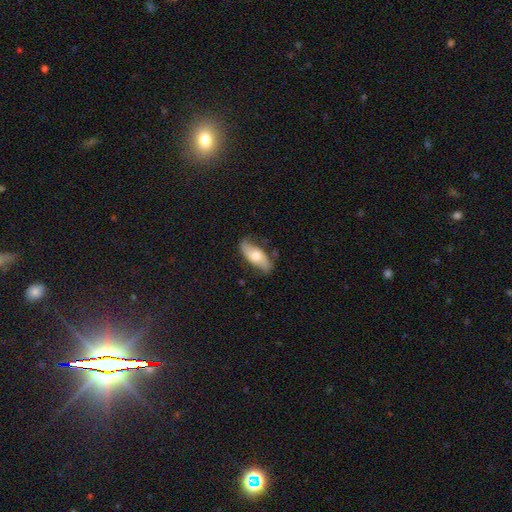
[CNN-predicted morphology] This is possibly a featured or disk galaxy (51%). It is clearly not viewed edge-on (83%). Merging: likely none (72%).